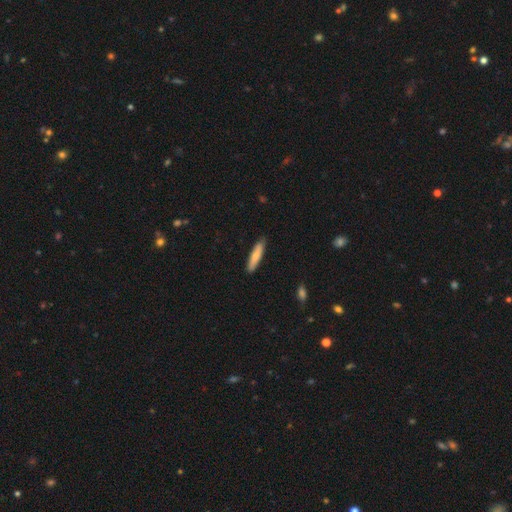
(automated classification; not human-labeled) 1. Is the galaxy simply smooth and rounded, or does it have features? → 76% smooth, 19% featured or disk, 5% star or artifact.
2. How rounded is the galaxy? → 85% cigar-shaped, 14% in between, 1% round.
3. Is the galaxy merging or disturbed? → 88% none, 9% minor disturbance, 1% major disturbance, 1% merger.